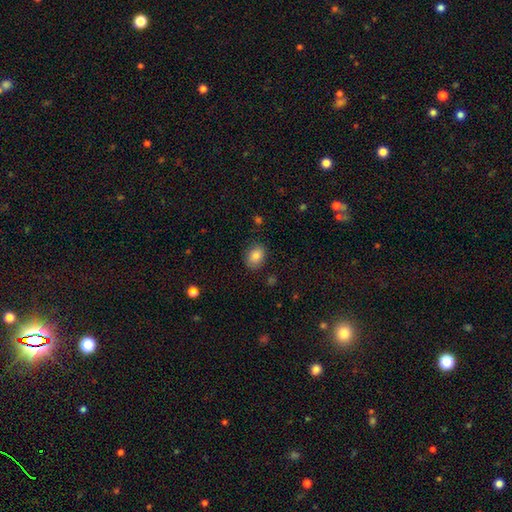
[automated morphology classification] smooth 85%, star or artifact 9%, featured or disk 6%. Down the decision tree: how rounded — in between (72%); merging — none (84%).